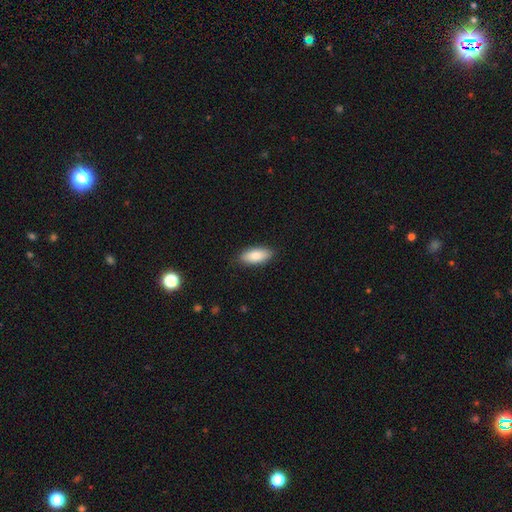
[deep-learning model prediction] Smooth or featured: smooth — 85% (featured or disk — 9%)
How rounded: in between — 84% (cigar-shaped — 14%)
Merging: none — 87% (minor disturbance — 10%)